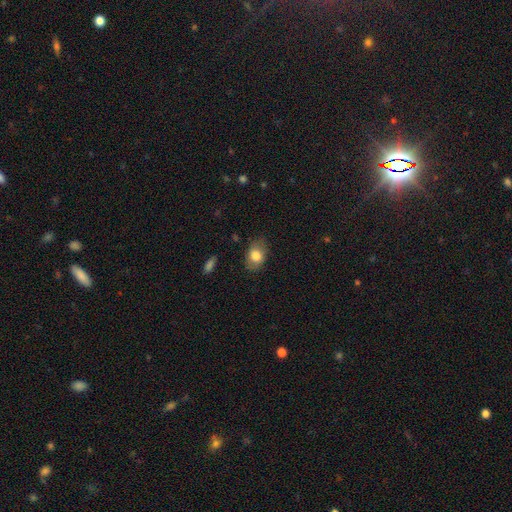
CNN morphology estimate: type=smooth (80%); roundness=in between (79%); merging=none (75%).